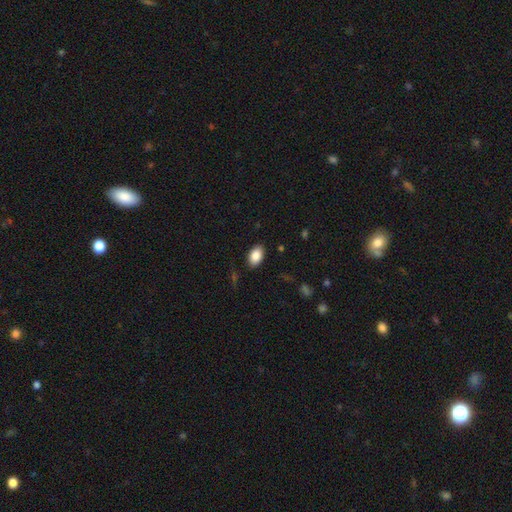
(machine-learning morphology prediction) The model was most divided on "merging": none: 87%, minor disturbance: 9%, major disturbance: 2%, merger: 1%. More confident: how rounded — in between (91%); smooth or featured — smooth (87%).